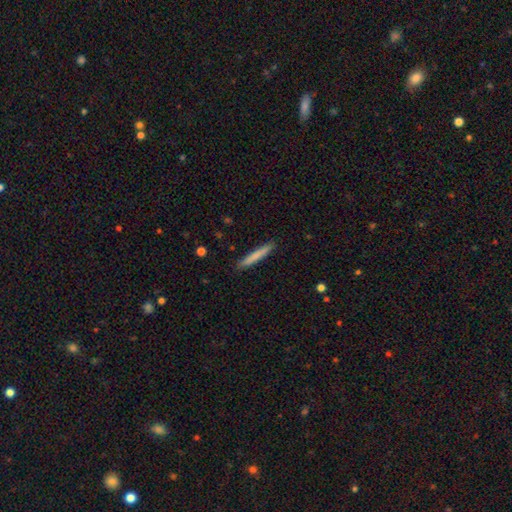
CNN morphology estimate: Overall: smooth (77%). How rounded: cigar-shaped (96%). Merging: none (91%).